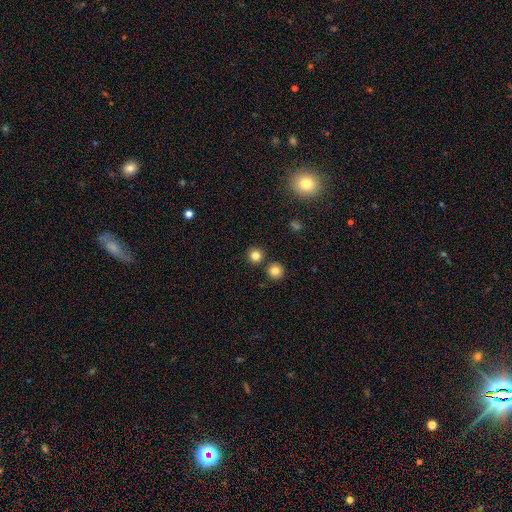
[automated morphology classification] The model was most divided on "smooth or featured": smooth: 81%, star or artifact: 14%, featured or disk: 6%. More confident: how rounded — round (94%); merging — none (84%).